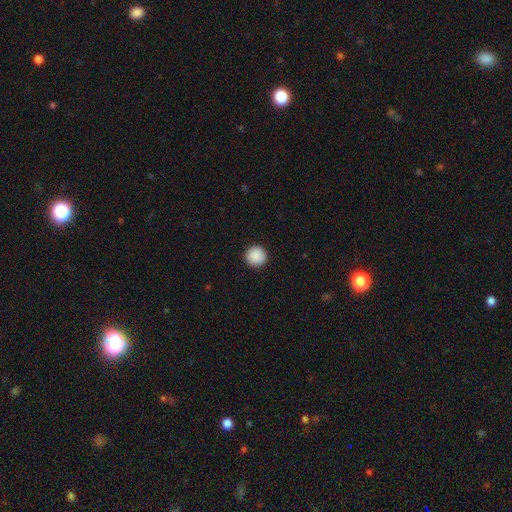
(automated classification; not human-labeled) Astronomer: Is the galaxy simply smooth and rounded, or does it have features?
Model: smooth — 90%.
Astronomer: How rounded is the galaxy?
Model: round — 93%.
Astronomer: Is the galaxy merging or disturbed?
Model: none — 93%.